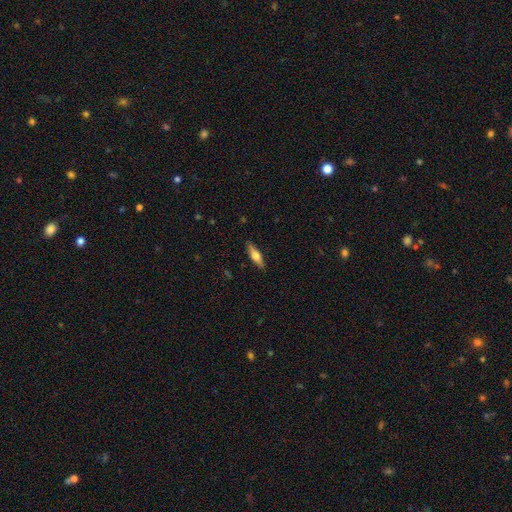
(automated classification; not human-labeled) This is possibly a smooth galaxy (52%). How rounded: possibly cigar-shaped (54%). Merging: clearly none (87%).